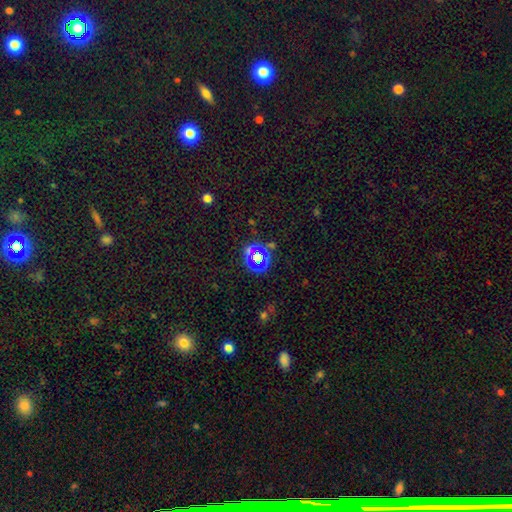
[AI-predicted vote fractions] A star or artifact, not a galaxy (62%).